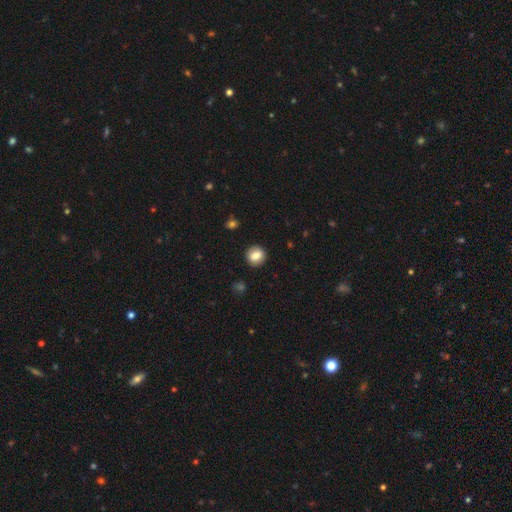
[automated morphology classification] The model was most divided on "smooth or featured": smooth: 80%, featured or disk: 11%, star or artifact: 9%. More confident: merging — none (91%); how rounded — round (87%).